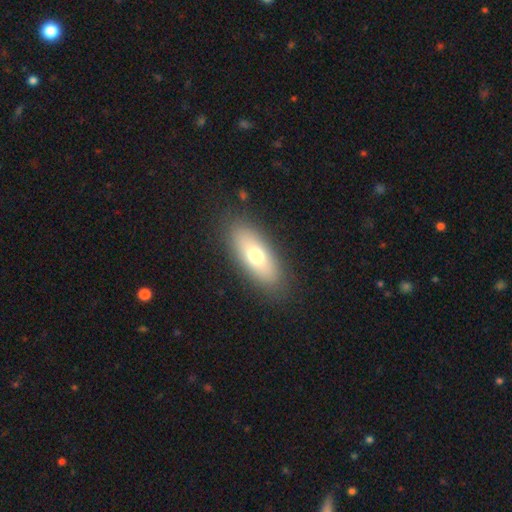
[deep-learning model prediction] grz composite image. It shows a smooth galaxy with no disk features (68%) that is in between round and cigar-shaped (75%). Merging: none (86%).